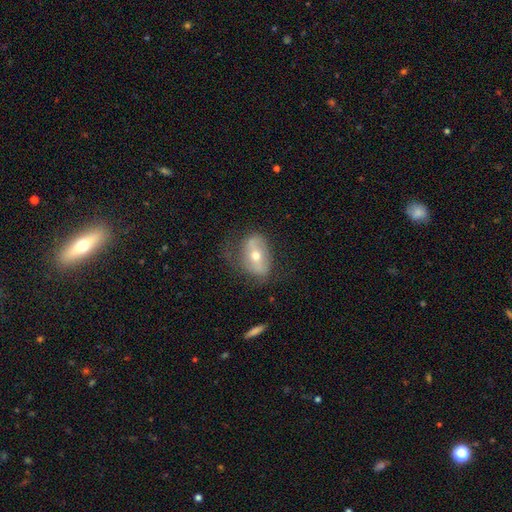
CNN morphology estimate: featured or disk 56%, smooth 36%, star or artifact 8%. Down the decision tree: edge-on disk — no (89%); merging — none (57%).